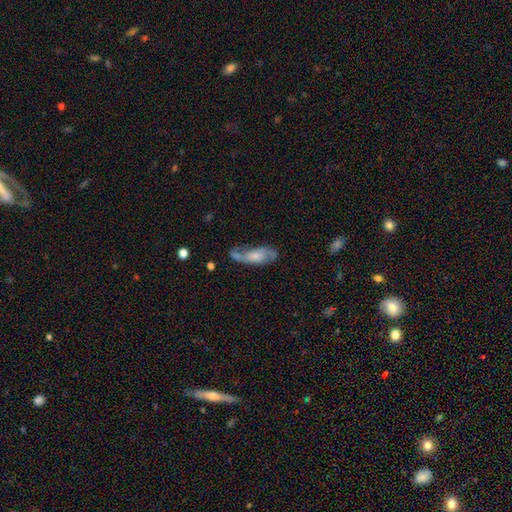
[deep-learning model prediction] Smooth or featured? Predicted: featured or disk (p=0.58). Edge-on disk? Predicted: no (p=0.87). Bar? Predicted: no (p=0.64). Spiral arms? Predicted: yes (p=0.84). Bulge size? Predicted: small (p=0.43). Merging? Predicted: none (p=0.52).